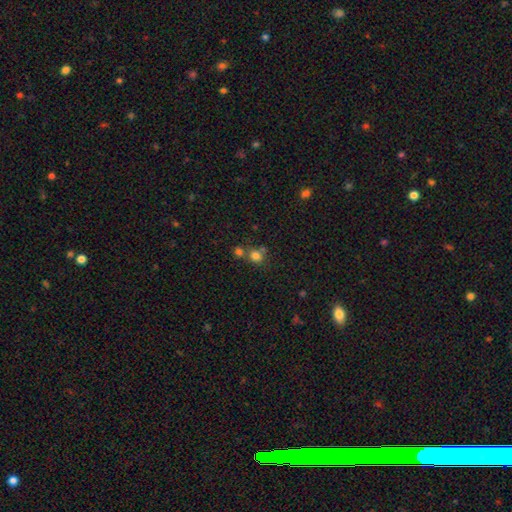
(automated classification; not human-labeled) This is likely a smooth galaxy (77%). How rounded: clearly round (80%). Merging: possibly none (57%).